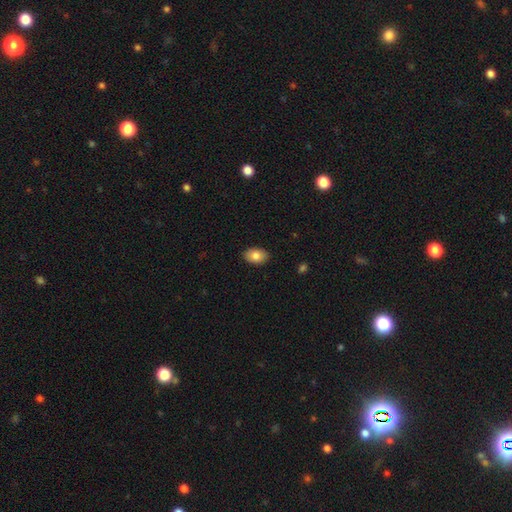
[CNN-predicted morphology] The model was most divided on "smooth or featured": smooth: 83%, featured or disk: 10%, star or artifact: 7%. More confident: merging — none (89%); how rounded — in between (88%).